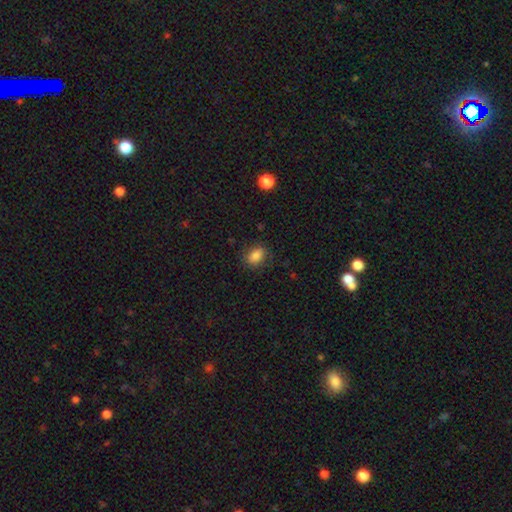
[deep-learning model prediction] The model was most divided on "how rounded": in between: 69%, round: 29%, cigar-shaped: 1%. More confident: smooth or featured — smooth (84%); merging — none (82%).